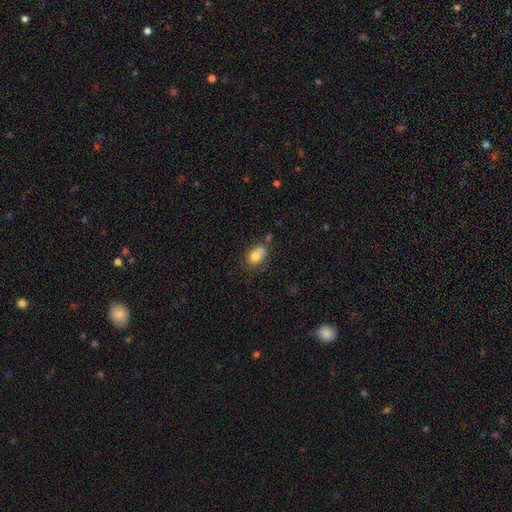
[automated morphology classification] A smooth galaxy with no disk features (75%) that is in between round and cigar-shaped (60%). Merging: none (44%).